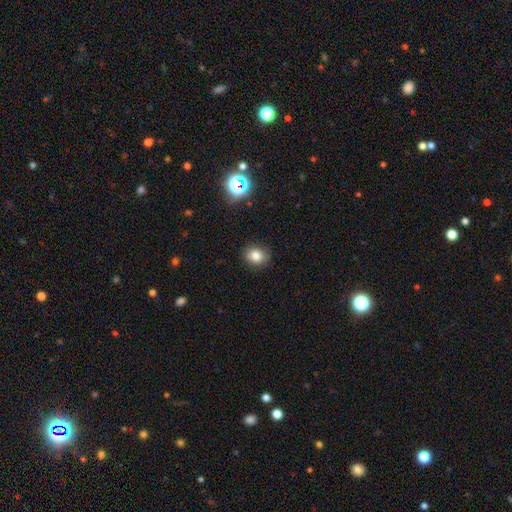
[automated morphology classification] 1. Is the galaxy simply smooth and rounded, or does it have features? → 79% smooth, 13% star or artifact, 7% featured or disk.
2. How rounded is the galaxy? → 64% round, 35% in between, 1% cigar-shaped.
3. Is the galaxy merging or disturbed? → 86% none, 10% minor disturbance, 2% major disturbance, 1% merger.